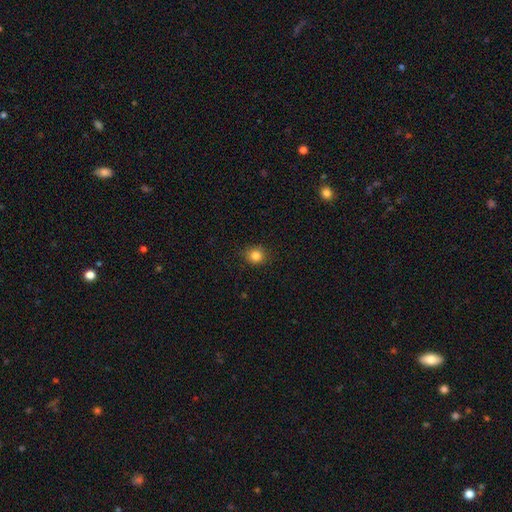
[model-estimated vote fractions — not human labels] A smooth galaxy with no disk features (83%) that is round (84%).

Vote fractions:
- Smooth or featured? smooth: 83% / star or artifact: 12% / featured or disk: 5%
- How rounded? round: 84% / in between: 15% / cigar-shaped: 1%
- Merging? none: 85% / minor disturbance: 12% / major disturbance: 3% / merger: 1%